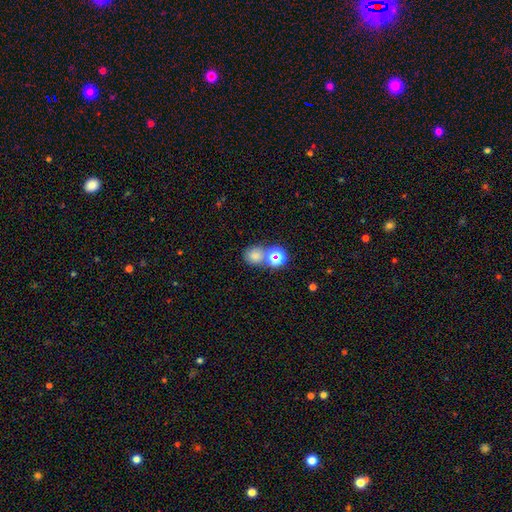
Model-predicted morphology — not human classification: Smooth or featured?
  - smooth: 71% *
  - star or artifact: 22%
  - featured or disk: 8%
How rounded?
  - round: 77% *
  - in between: 22%
  - cigar-shaped: 1%
Merging?
  - none: 59% *
  - merger: 27%
  - minor disturbance: 9%
  - major disturbance: 4%